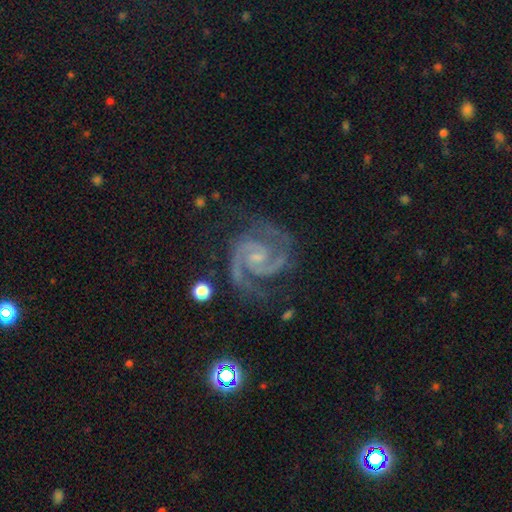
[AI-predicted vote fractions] Smooth or featured? featured or disk (93%)
Edge-on disk? no (98%)
Bar? no (46%)
Spiral arms? yes (99%)
Spiral winding? tight (48%)
Spiral arm count? 2 (90%)
Bulge size? small (65%)
Merging? none (73%)